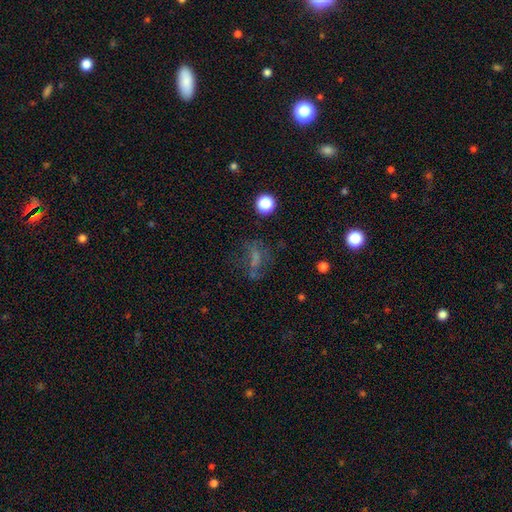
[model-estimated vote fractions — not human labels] The model was most divided on "smooth or featured": smooth: 40%, star or artifact: 30%, featured or disk: 30%. More confident: merging — none (53%).